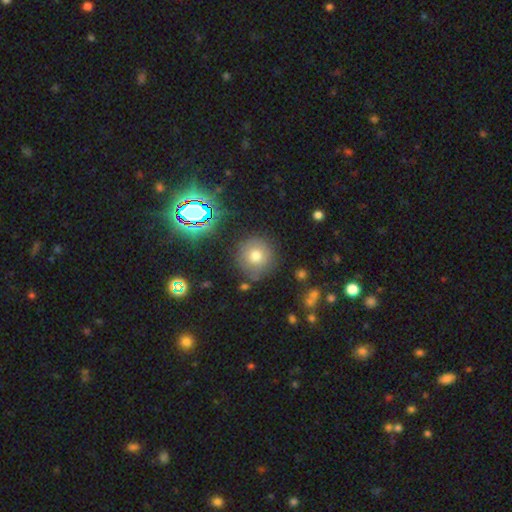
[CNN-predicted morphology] A smooth galaxy with no disk features (69%) that is round (93%). Merging: none (79%).